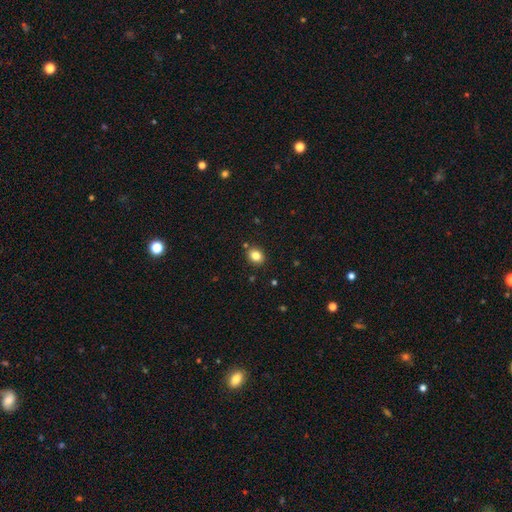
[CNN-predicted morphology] Smooth or featured? smooth (83%)
How rounded? round (56%)
Merging? none (86%)